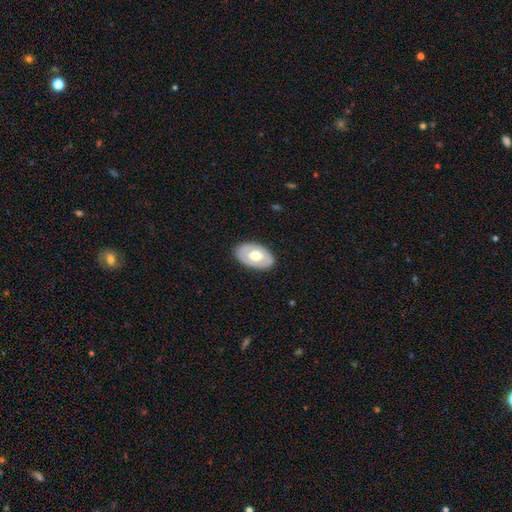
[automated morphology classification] type=smooth (49%); merging=none (84%).